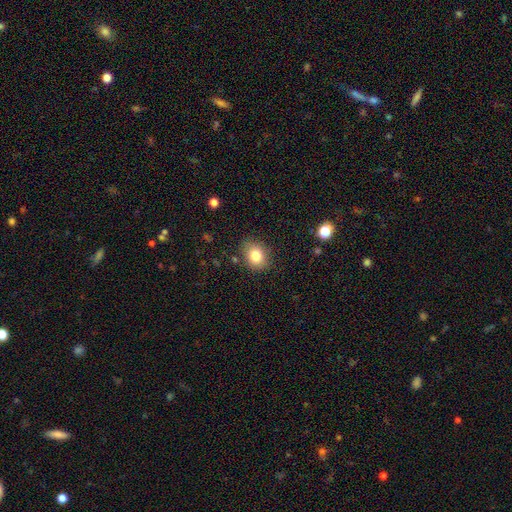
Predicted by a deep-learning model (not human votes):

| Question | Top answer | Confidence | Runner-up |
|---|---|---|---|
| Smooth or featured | smooth | 81% | star or artifact (10%) |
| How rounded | in between | 50% | tied: round (50%) |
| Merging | none | 83% | minor disturbance (12%) |